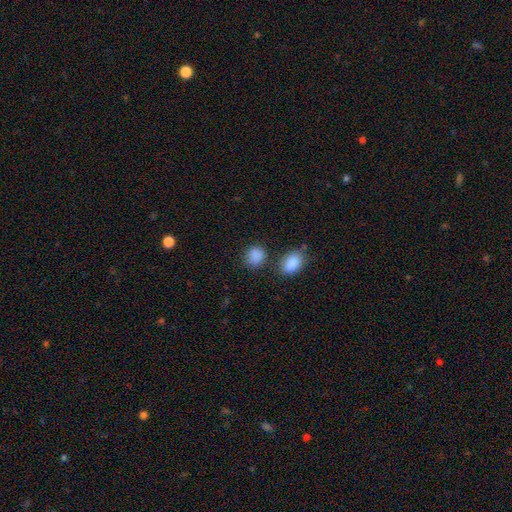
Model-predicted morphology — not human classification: smooth 87%, star or artifact 9%, featured or disk 4%. Down the decision tree: how rounded — round (60%); merging — none (69%).